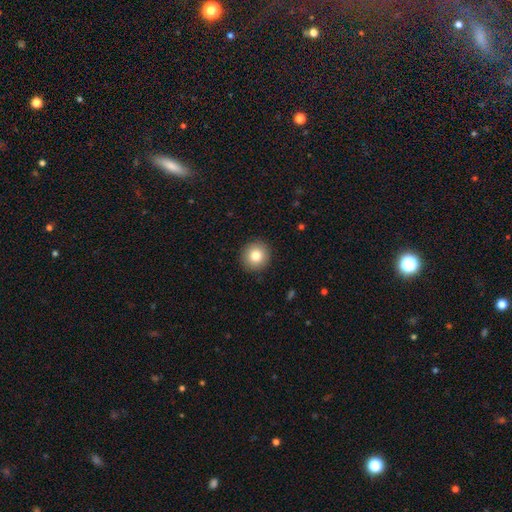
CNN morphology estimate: This appears to be a smooth galaxy with no disk features (82%) that is round (93%). Merging: none (92%).